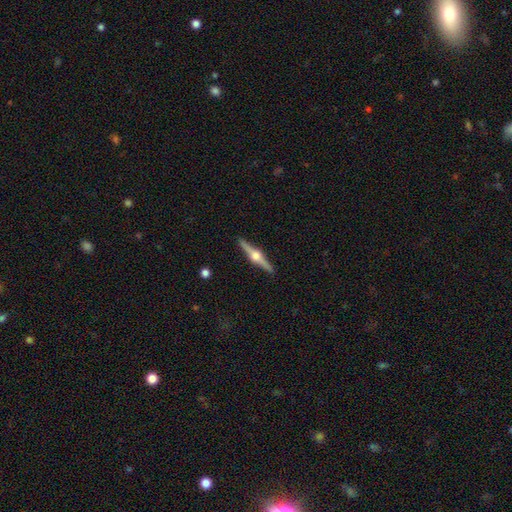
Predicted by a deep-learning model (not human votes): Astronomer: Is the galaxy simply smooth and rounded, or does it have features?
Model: featured or disk — 84%.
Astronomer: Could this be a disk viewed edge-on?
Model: yes — 98%.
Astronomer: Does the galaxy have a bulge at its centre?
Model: rounded — 96%.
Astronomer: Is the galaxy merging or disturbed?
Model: none — 92%.